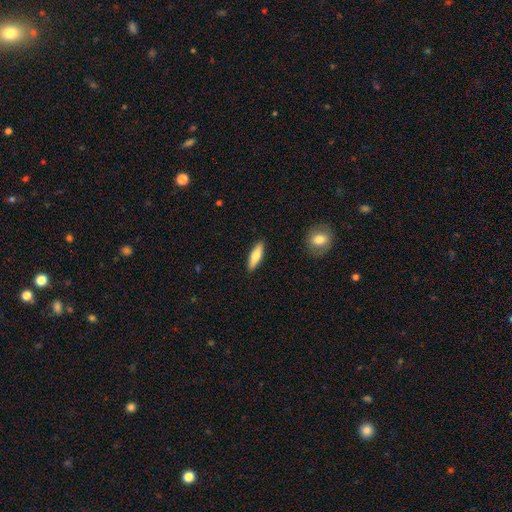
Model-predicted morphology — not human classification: The model was most divided on "how rounded": cigar-shaped: 56%, in between: 42%, round: 2%. More confident: merging — none (89%); smooth or featured — smooth (70%).